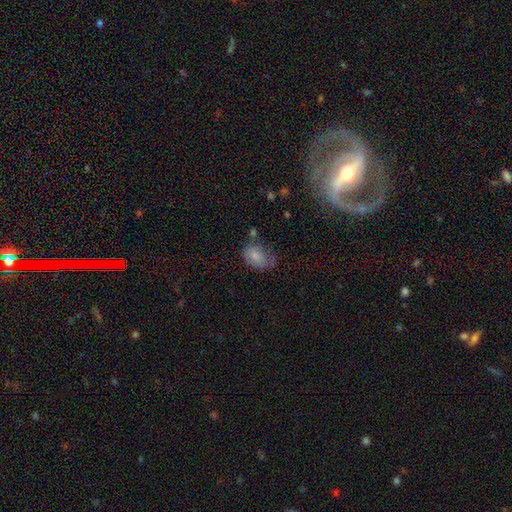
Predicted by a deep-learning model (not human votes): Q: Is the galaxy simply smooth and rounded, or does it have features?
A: smooth — 79%.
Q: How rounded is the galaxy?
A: in between — 84%.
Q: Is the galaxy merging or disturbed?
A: none — 48%.